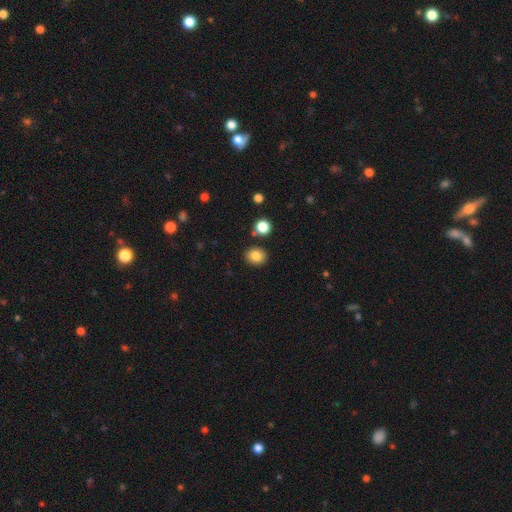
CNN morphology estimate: A smooth galaxy with no disk features (84%) that is round (66%).

Vote fractions:
- Smooth or featured? smooth: 84% / star or artifact: 10% / featured or disk: 5%
- How rounded? round: 66% / in between: 33% / cigar-shaped: 1%
- Merging? none: 85% / minor disturbance: 8% / merger: 4% / major disturbance: 2%